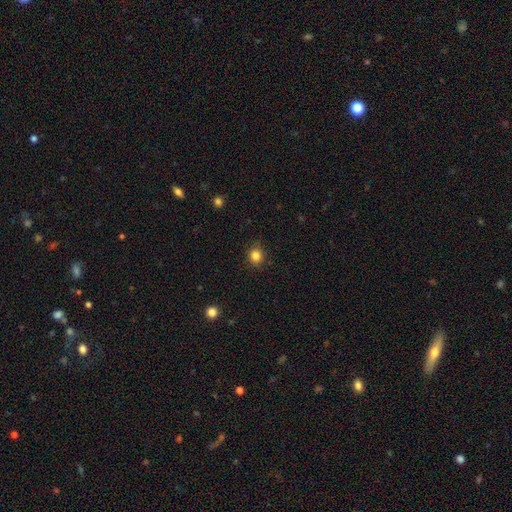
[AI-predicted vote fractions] A smooth galaxy with no disk features (84%) that is round (83%). Merging: none (86%).